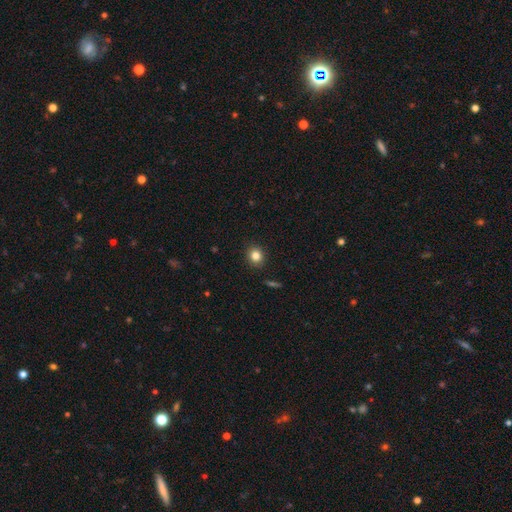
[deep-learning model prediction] Morphology: type=smooth (83%); roundness=round (79%); merging=none (91%).